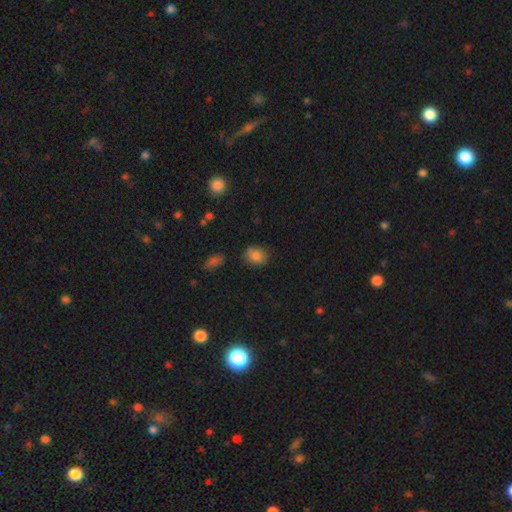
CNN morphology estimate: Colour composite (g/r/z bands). It shows a smooth galaxy with no disk features (83%) that is round (52%). Merging: none (75%).